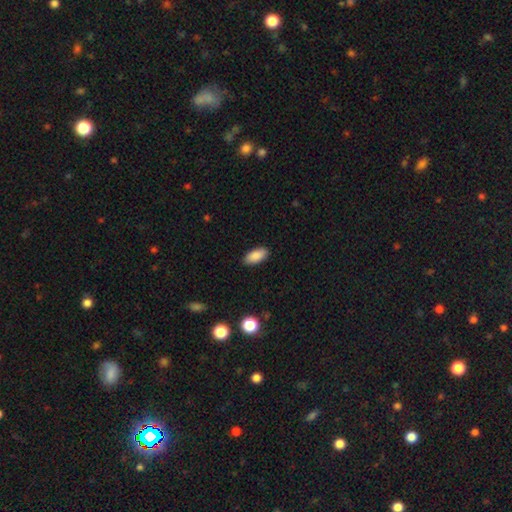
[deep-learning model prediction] Smooth or featured? Predicted: smooth (p=0.88). How rounded? Predicted: in between (p=0.89). Merging? Predicted: none (p=0.88).